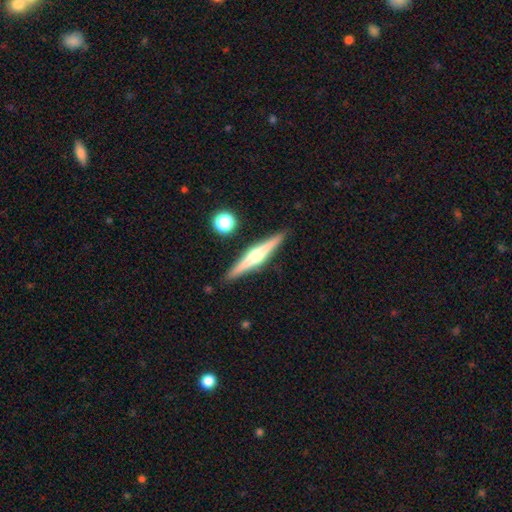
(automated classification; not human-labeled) This is likely a featured or disk galaxy (73%). It is clearly viewed edge-on (98%). Edge-on bulge: clearly rounded (91%). Merging: clearly none (90%).